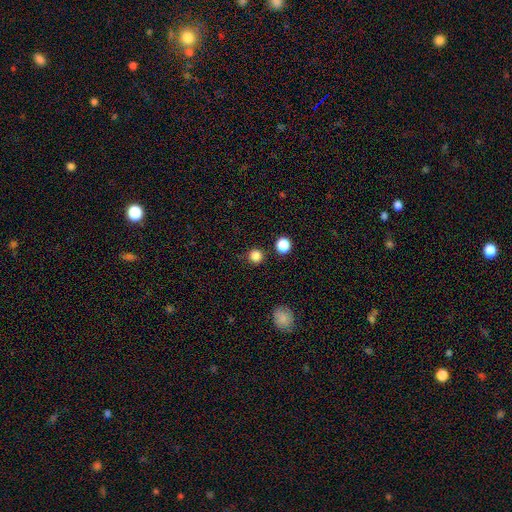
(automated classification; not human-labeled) Morphology: type=smooth (84%); roundness=round (94%); merging=none (87%).